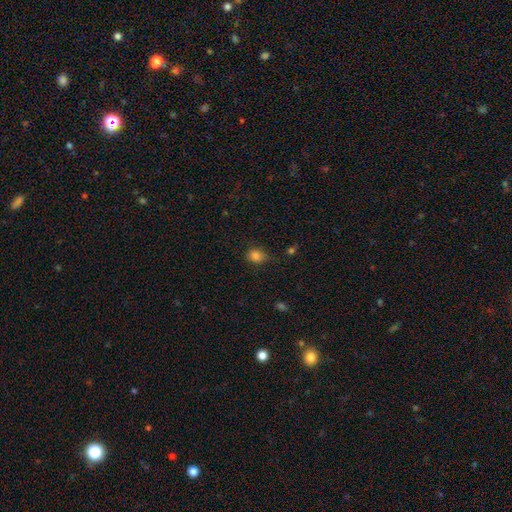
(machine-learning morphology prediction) type=smooth (83%); roundness=round (58%); merging=none (65%).